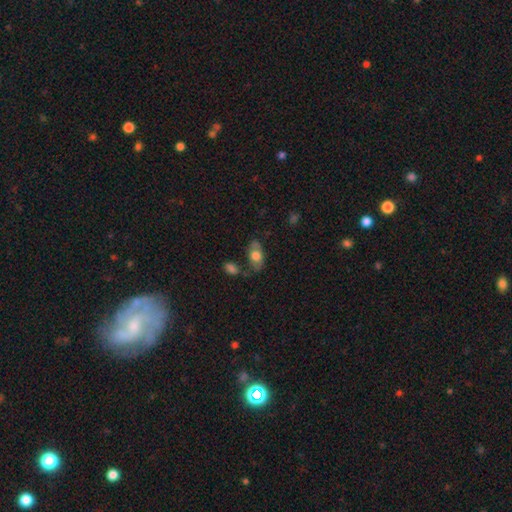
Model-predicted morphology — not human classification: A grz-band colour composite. It shows a smooth galaxy with no disk features (69%) that is in between round and cigar-shaped (86%). Merging: none (60%).